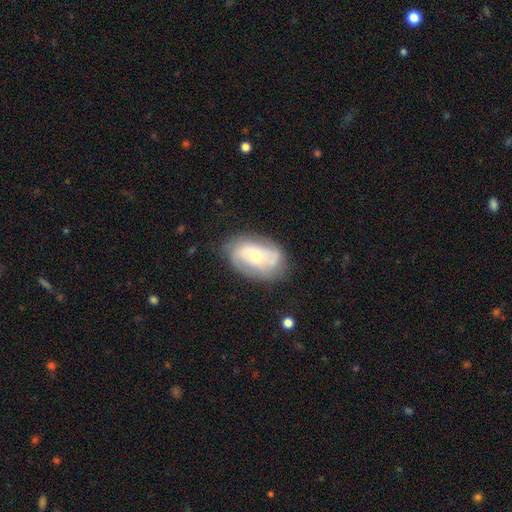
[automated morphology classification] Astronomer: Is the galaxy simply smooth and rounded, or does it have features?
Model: featured or disk — 66%.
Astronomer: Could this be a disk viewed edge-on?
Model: no — 95%.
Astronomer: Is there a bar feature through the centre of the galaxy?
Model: no — 68%.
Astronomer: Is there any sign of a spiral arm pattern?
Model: yes — 81%.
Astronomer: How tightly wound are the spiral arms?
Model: tight — 45% (runner-up: medium, 37%).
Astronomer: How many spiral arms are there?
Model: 2 — 41% (runner-up: can't tell, 34%).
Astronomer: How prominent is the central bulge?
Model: moderate — 48% (runner-up: small, 46%).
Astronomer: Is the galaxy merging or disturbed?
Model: none — 69%.